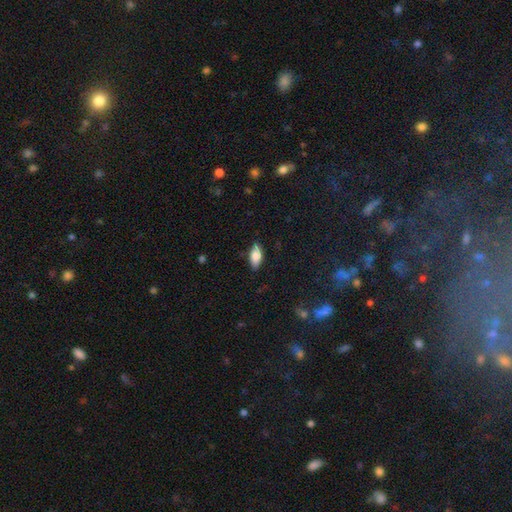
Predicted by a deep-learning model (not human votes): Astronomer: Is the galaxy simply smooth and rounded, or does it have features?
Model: smooth — 79%.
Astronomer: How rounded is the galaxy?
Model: in between — 86%.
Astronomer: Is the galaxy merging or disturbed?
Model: none — 83%.